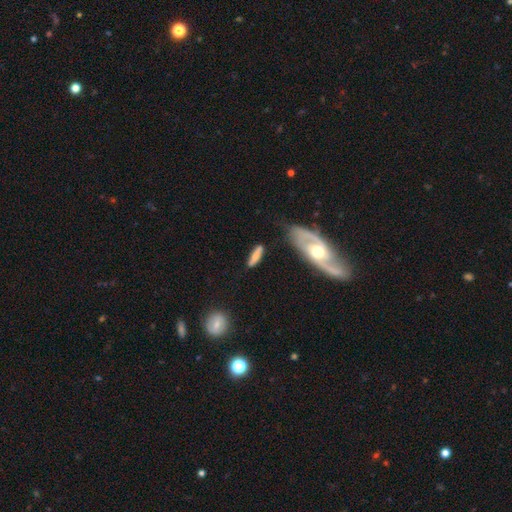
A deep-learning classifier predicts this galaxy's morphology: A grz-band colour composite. It shows a smooth galaxy with no disk features (62%) that is cigar-shaped (65%). Merging: none (71%).